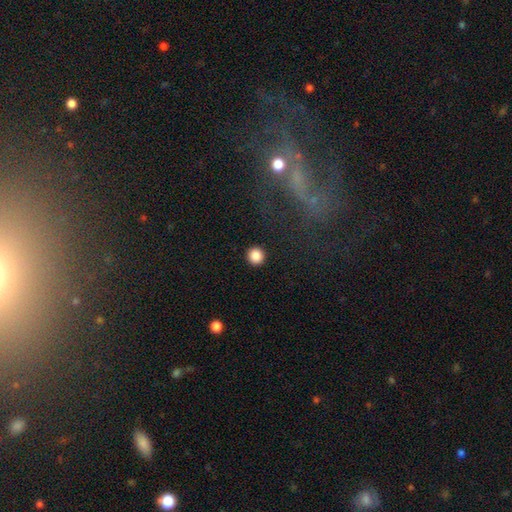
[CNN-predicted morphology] smooth 87%, star or artifact 10%, featured or disk 3%. Down the decision tree: how rounded — round (94%); merging — none (92%).